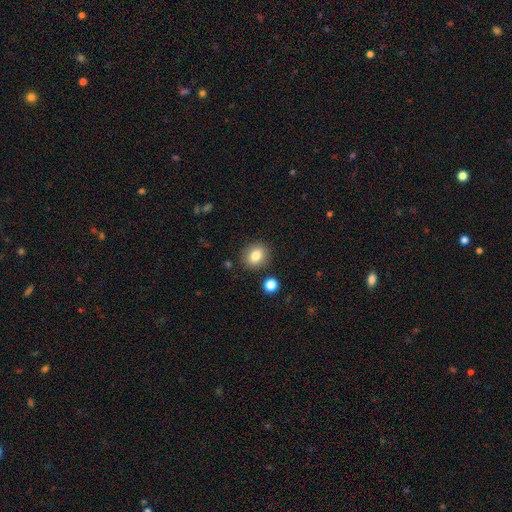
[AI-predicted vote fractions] Smooth or featured? Predicted: smooth (p=0.81). How rounded? Predicted: round (p=0.60). Merging? Predicted: none (p=0.86).